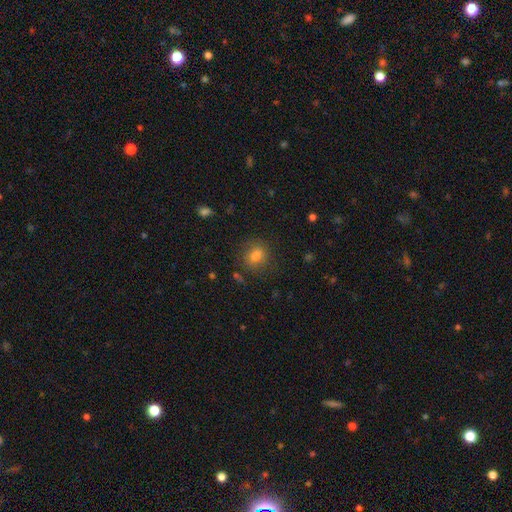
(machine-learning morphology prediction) Smooth or featured?
  - smooth: 79% *
  - star or artifact: 12%
  - featured or disk: 8%
How rounded?
  - round: 63% *
  - in between: 36%
  - cigar-shaped: 1%
Merging?
  - none: 79% *
  - minor disturbance: 14%
  - major disturbance: 5%
  - merger: 2%